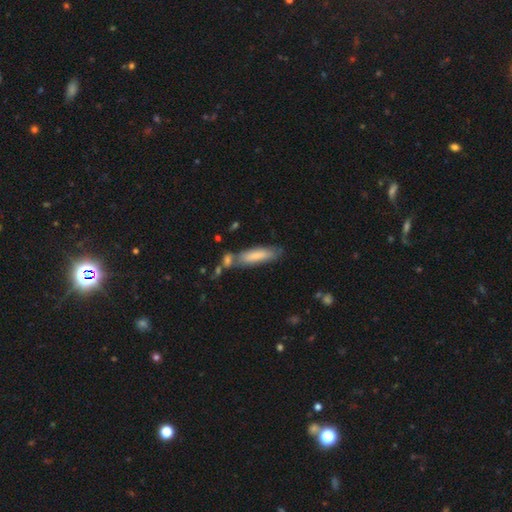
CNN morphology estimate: The model was most divided on "how rounded": cigar-shaped: 65%, in between: 33%, round: 2%. More confident: smooth or featured — smooth (75%); merging — none (56%).